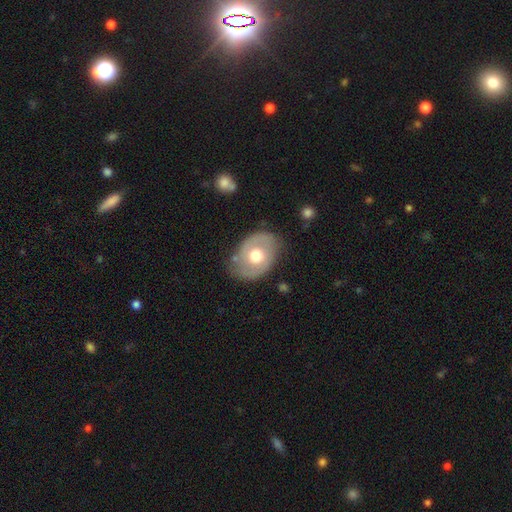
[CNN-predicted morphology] Smooth or featured? Predicted: smooth (p=0.48). Merging? Predicted: none (p=0.73).